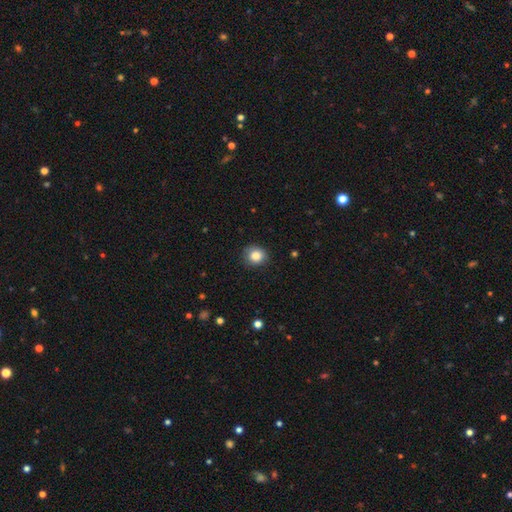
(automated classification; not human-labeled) This appears to be a smooth galaxy with no disk features (84%) that is round (81%). Merging: none (82%).